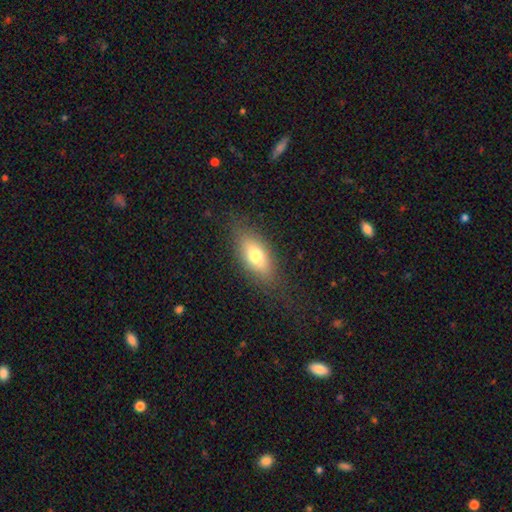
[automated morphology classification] Smooth or featured? smooth (70%)
How rounded? in between (81%)
Merging? none (80%)